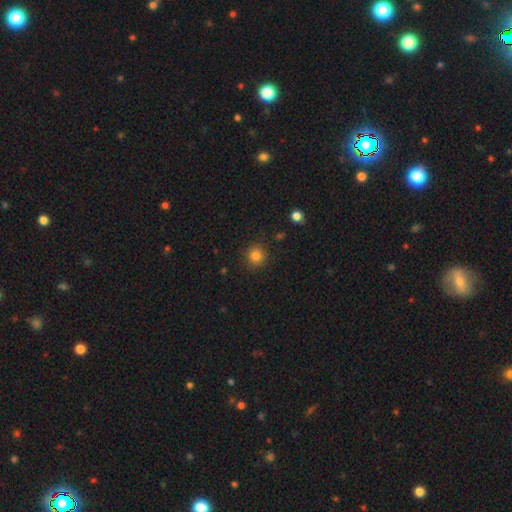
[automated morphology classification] Smooth or featured: smooth — 82% (star or artifact — 13%)
How rounded: round — 92% (in between — 7%)
Merging: none — 89% (minor disturbance — 7%)